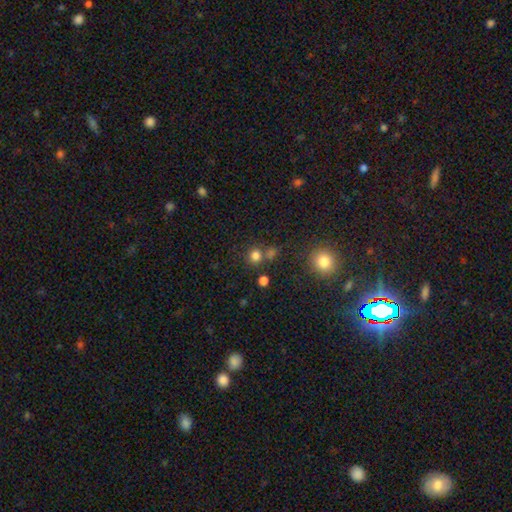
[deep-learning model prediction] smooth_or_featured: smooth (p=0.78) [alt: star or artifact p=0.16]
how_rounded: round (p=0.85) [alt: in between p=0.14]
merging: none (p=0.65) [alt: merger p=0.22]